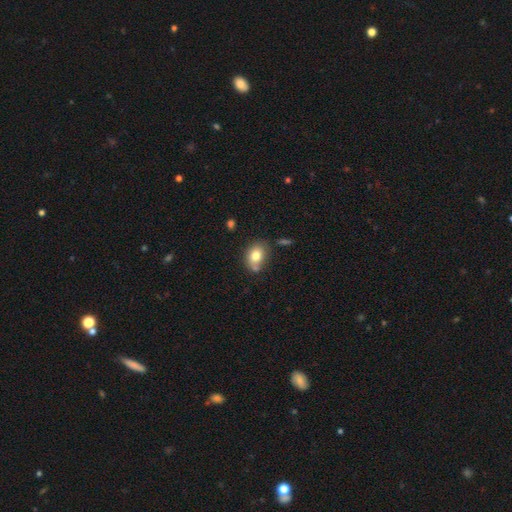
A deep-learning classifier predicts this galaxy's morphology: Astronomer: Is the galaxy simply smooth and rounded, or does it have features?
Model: smooth — 78%.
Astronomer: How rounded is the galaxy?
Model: in between — 68%.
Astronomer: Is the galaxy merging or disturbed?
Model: none — 63%.